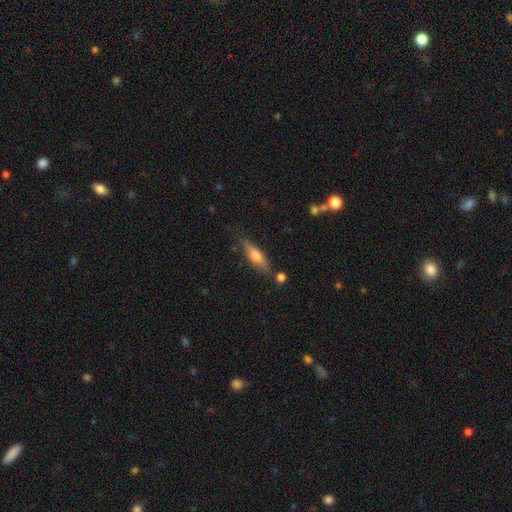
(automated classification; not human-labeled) smooth-or-featured: smooth: 52% | featured or disk: 41% | star or artifact: 7%
  how-rounded: cigar-shaped: 61% | in between: 37% | round: 2%
  merging: none: 77% | minor disturbance: 15% | merger: 5% | major disturbance: 3%